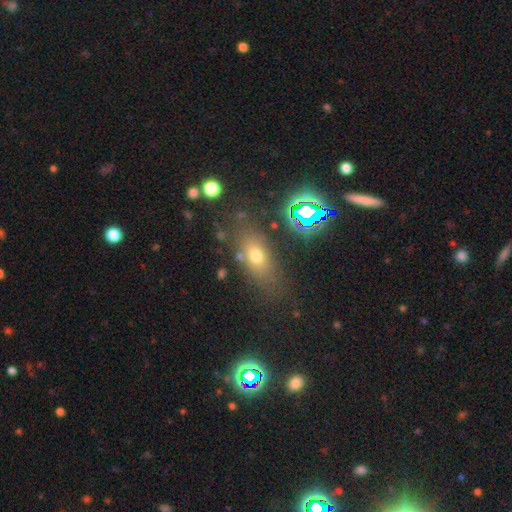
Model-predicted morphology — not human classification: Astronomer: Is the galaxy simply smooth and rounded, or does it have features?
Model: smooth — 61%.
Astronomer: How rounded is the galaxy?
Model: in between — 70%.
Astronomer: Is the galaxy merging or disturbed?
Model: none — 75%.